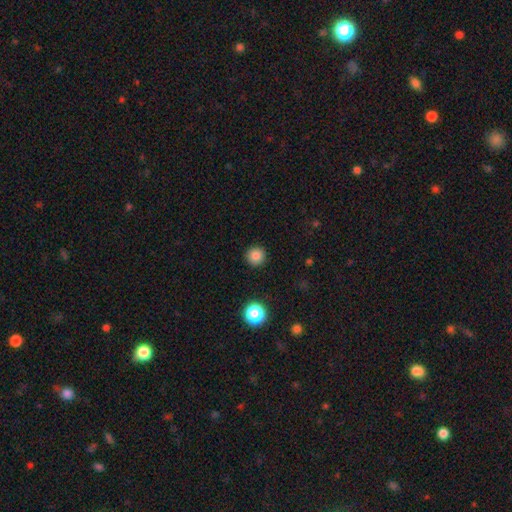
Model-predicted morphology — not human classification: Smooth or featured? Predicted: smooth (p=0.83). How rounded? Predicted: round (p=0.96). Merging? Predicted: none (p=0.92).